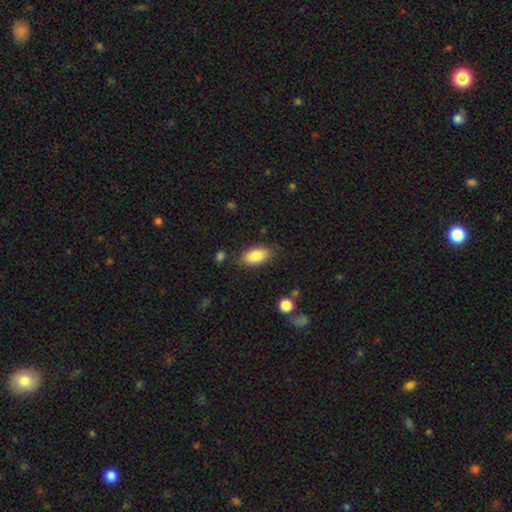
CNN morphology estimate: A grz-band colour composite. It shows a smooth galaxy with no disk features (87%) that is in between round and cigar-shaped (92%). Merging: none (82%).